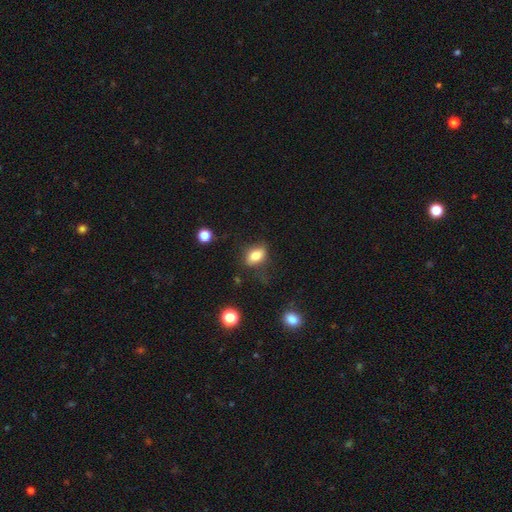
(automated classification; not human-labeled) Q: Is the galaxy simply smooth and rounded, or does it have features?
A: smooth — 78%.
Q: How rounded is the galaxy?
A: in between — 83%.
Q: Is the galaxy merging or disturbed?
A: none — 68%.